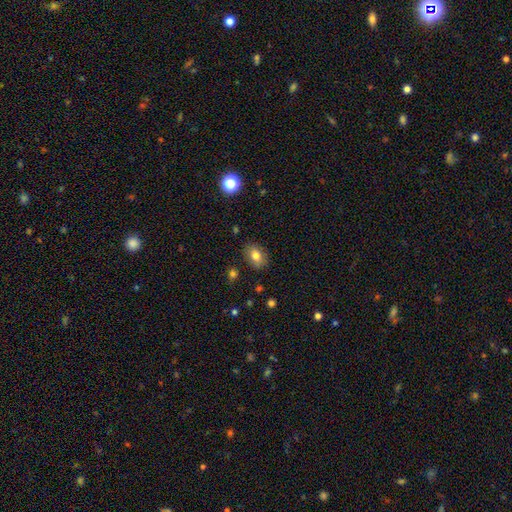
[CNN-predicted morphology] Smooth or featured?
  - smooth: 78% *
  - featured or disk: 12%
  - star or artifact: 10%
How rounded?
  - in between: 77% *
  - round: 22%
  - cigar-shaped: 1%
Merging?
  - none: 84% *
  - minor disturbance: 11%
  - major disturbance: 3%
  - merger: 2%